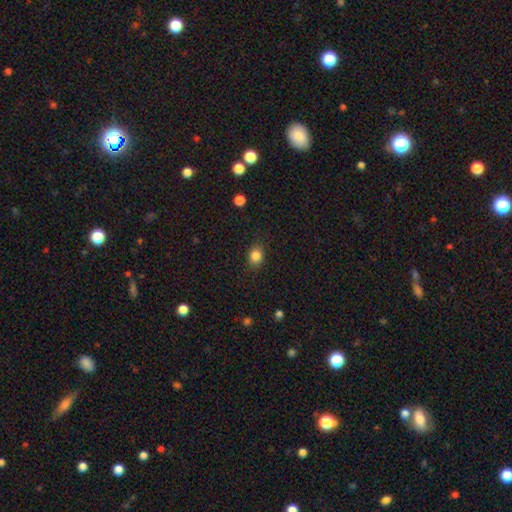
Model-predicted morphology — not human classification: smooth 85%, star or artifact 10%, featured or disk 5%. Down the decision tree: how rounded — round (52%); merging — none (85%).